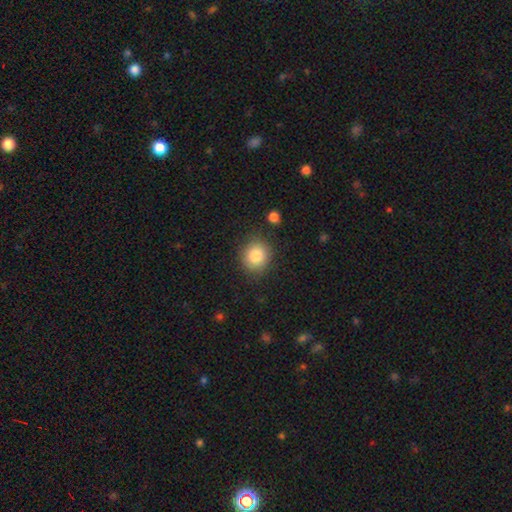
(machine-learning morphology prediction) Smooth or featured? smooth (83%)
How rounded? round (75%)
Merging? none (85%)